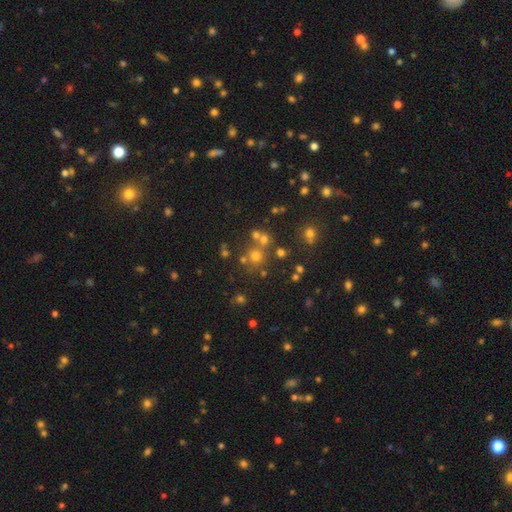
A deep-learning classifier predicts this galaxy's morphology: Smooth or featured? Predicted: smooth (p=0.54). How rounded? Predicted: round (p=0.89). Merging? Predicted: none (p=0.65).